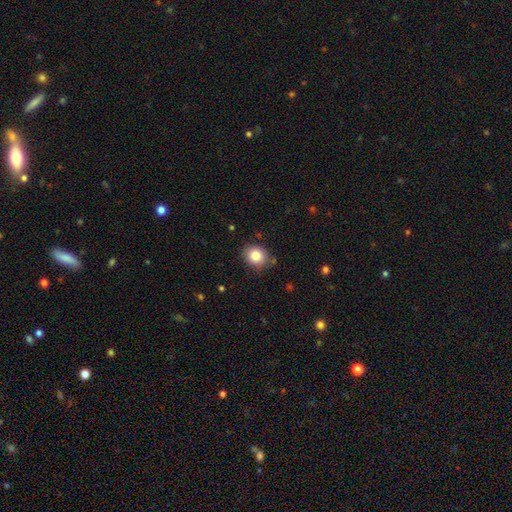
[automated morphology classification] Smooth or featured: smooth — 83% (star or artifact — 10%)
How rounded: round — 67% (in between — 32%)
Merging: none — 83% (minor disturbance — 12%)